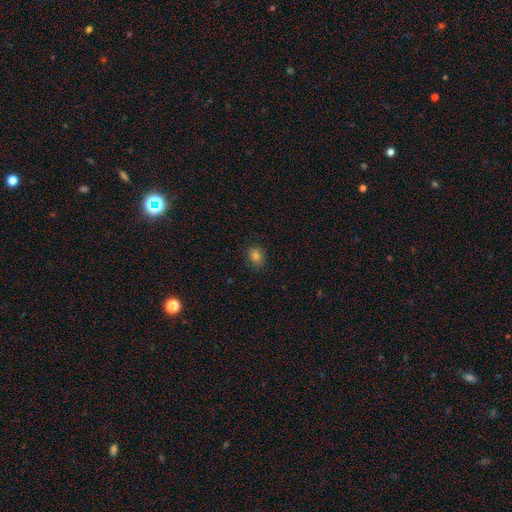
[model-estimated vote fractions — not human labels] Smooth or featured? Predicted: smooth (p=0.78). How rounded? Predicted: round (p=0.60). Merging? Predicted: none (p=0.84).